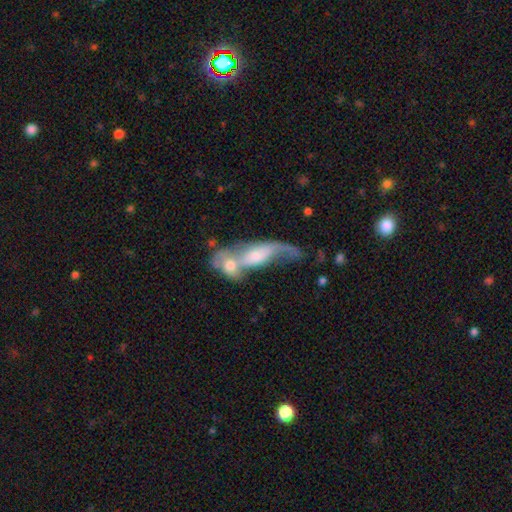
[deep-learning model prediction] Smooth or featured? featured or disk (52%)
Edge-on disk? no (83%)
Merging? merger (72%)